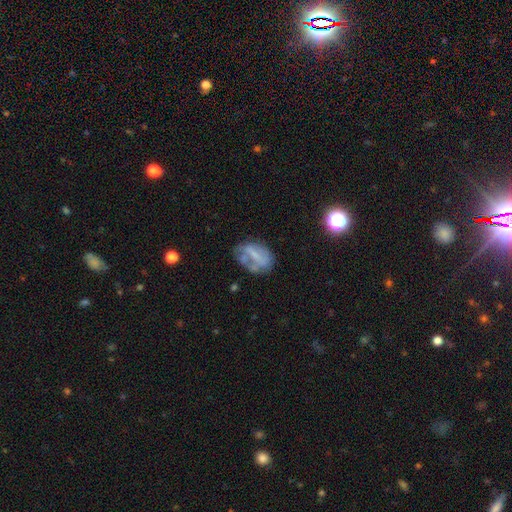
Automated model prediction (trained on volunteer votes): Morphology: type=featured or disk (52%); edge-on=no (95%); merging=none (47%).